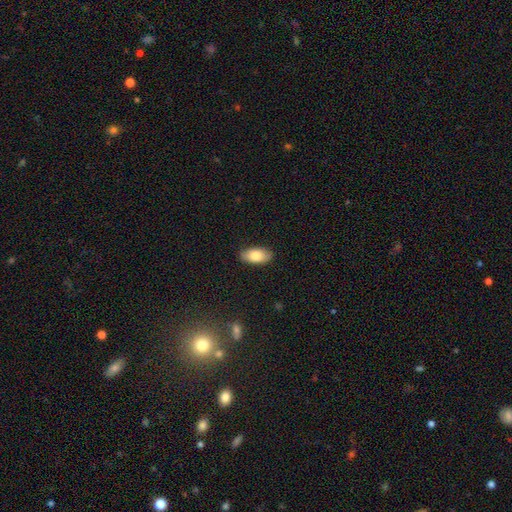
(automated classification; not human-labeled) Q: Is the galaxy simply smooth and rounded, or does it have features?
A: smooth — 81%.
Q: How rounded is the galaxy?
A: in between — 93%.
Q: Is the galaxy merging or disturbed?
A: none — 88%.